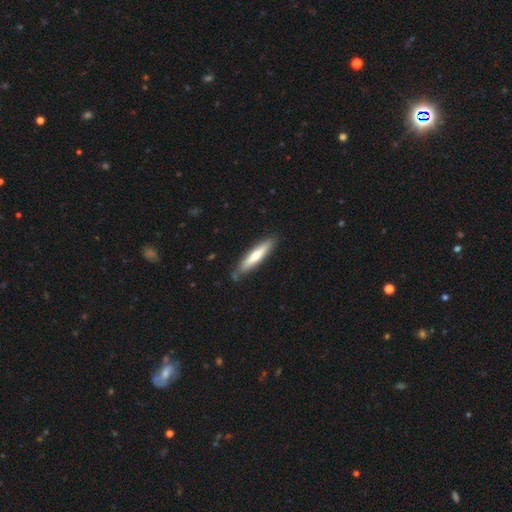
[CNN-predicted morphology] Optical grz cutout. It shows a smooth galaxy with no disk features (55%) that is cigar-shaped (86%). Merging: none (84%).